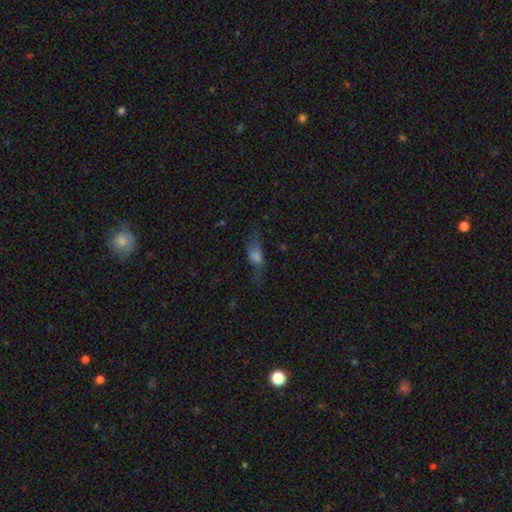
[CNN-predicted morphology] Overall: smooth (49%; featured or disk 35%). Merging: none (59%; minor disturbance 22%).